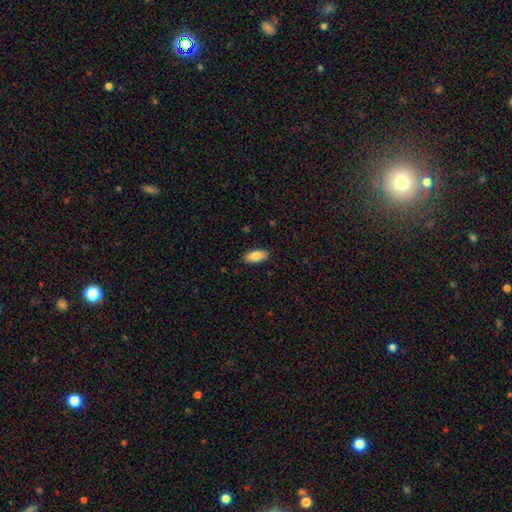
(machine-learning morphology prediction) Smooth or featured: smooth — 84% (featured or disk — 9%)
How rounded: in between — 88% (cigar-shaped — 10%)
Merging: none — 89% (minor disturbance — 8%)